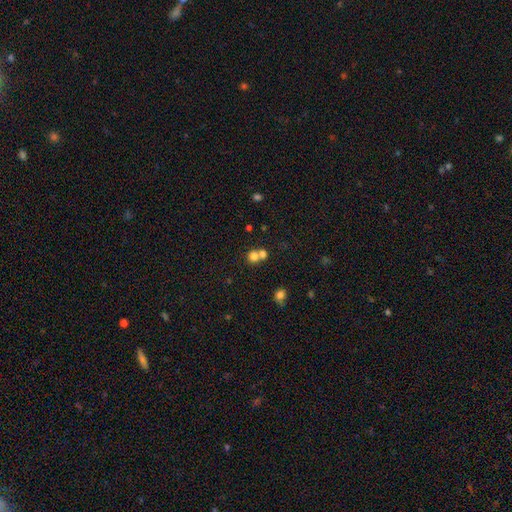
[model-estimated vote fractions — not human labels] A smooth galaxy with no disk features (76%) that is round (84%). Merging: merger (49%).